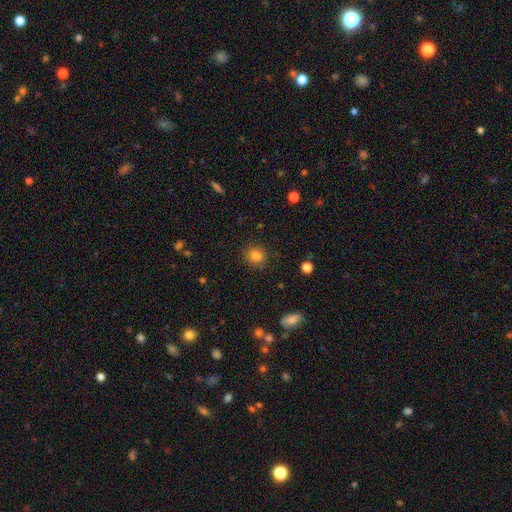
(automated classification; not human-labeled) Overall: smooth (84%). How rounded: round (81%). Merging: none (86%).